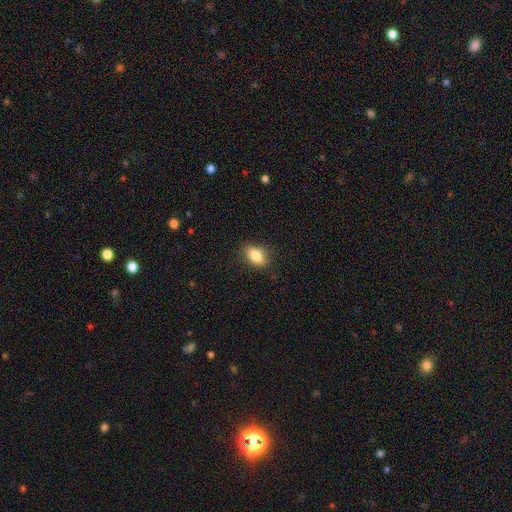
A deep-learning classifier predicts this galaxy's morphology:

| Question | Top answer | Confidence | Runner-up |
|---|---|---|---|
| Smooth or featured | smooth | 82% | featured or disk (10%) |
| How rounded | in between | 82% | round (15%) |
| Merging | none | 84% | minor disturbance (12%) |